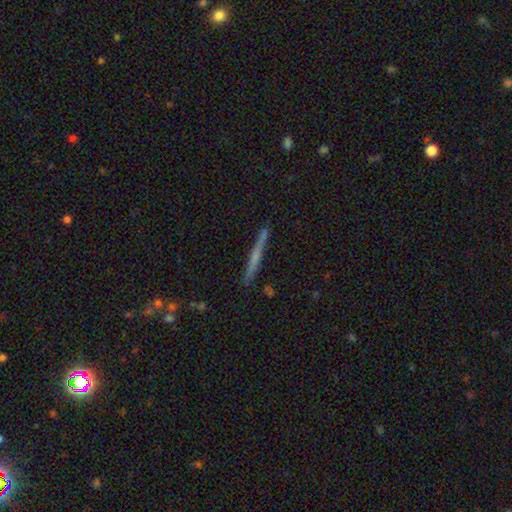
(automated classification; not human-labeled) Smooth or featured? featured or disk (51%)
Edge-on disk? yes (96%)
Merging? none (87%)